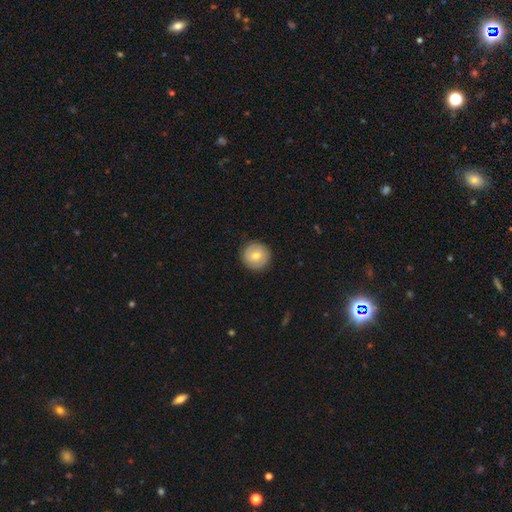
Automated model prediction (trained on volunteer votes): This appears to be a smooth galaxy with no disk features (71%) that is round (95%). Merging: none (90%).